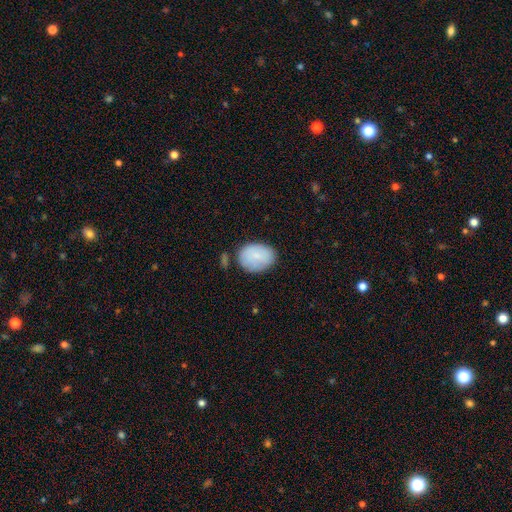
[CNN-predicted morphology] Overall: smooth (81%). How rounded: in between (71%). Merging: none (69%).